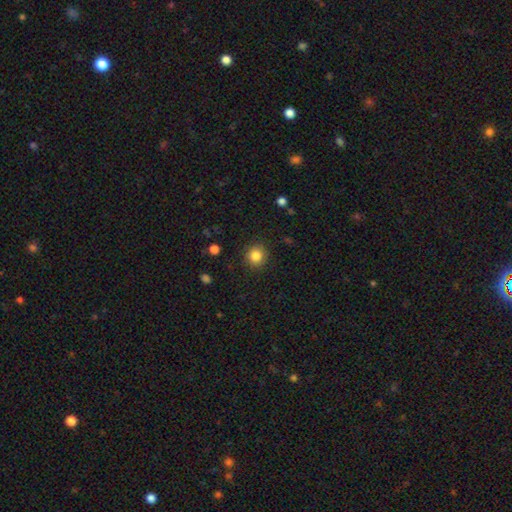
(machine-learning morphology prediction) Q: Smooth or featured?
A: smooth (84%); runner-up: star or artifact (11%)
Q: How rounded?
A: round (89%); runner-up: in between (10%)
Q: Merging?
A: none (89%); runner-up: minor disturbance (7%)